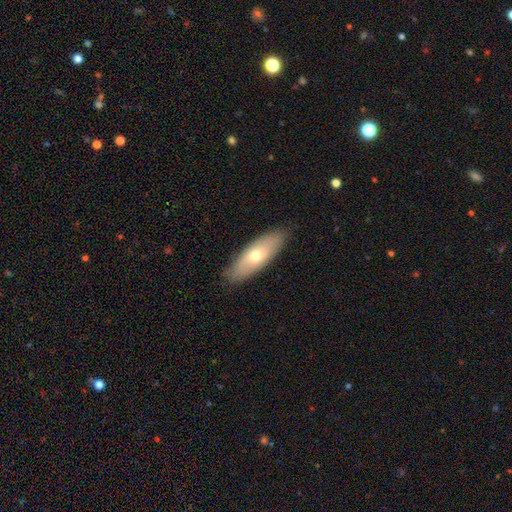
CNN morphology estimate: Smooth or featured? Predicted: smooth (p=0.59). How rounded? Predicted: in between (p=0.62). Merging? Predicted: none (p=0.86).